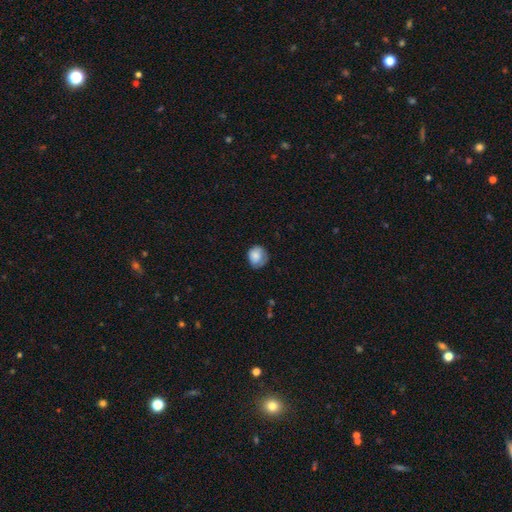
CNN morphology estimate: A smooth galaxy with no disk features (78%) that is round (78%). Merging: none (60%).